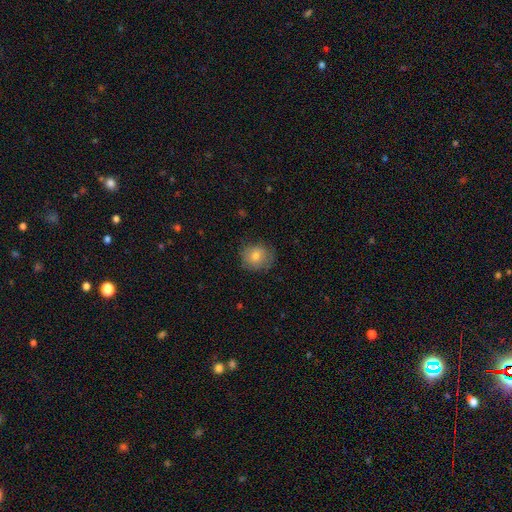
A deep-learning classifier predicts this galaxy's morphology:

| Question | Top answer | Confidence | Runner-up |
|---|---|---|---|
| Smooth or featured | smooth | 73% | featured or disk (17%) |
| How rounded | round | 84% | in between (15%) |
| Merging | none | 78% | minor disturbance (16%) |